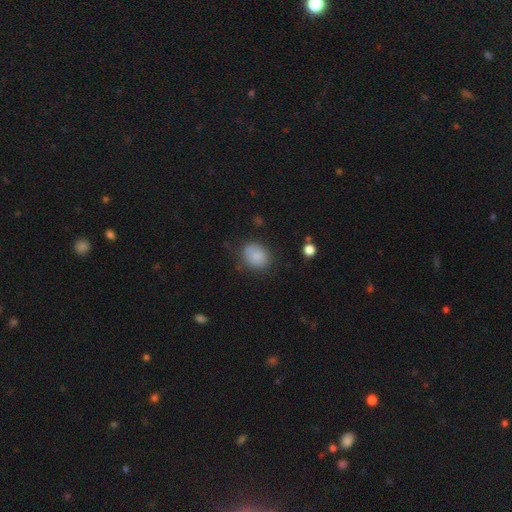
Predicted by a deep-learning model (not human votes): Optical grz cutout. It shows a smooth galaxy with no disk features (85%) that is round (54%). Merging: none (72%).